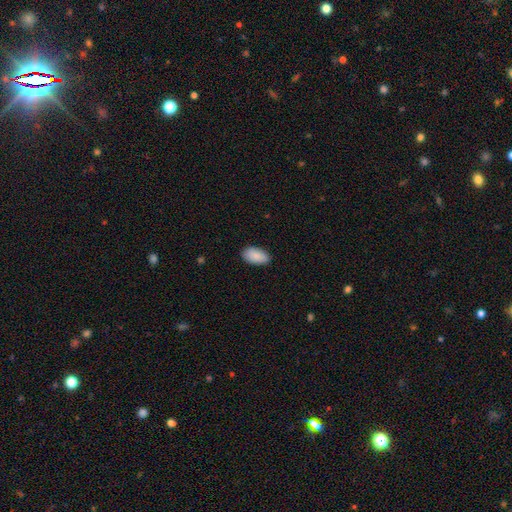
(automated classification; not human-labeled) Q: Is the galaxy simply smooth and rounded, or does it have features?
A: smooth — 89%.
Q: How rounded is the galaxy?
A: in between — 95%.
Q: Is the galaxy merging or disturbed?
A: none — 86%.